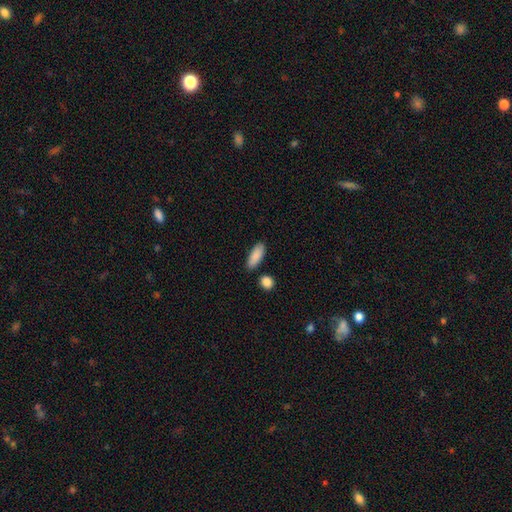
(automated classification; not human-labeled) Q: Smooth or featured?
A: smooth (89%); runner-up: star or artifact (6%)
Q: How rounded?
A: in between (76%); runner-up: cigar-shaped (21%)
Q: Merging?
A: none (82%); runner-up: minor disturbance (11%)